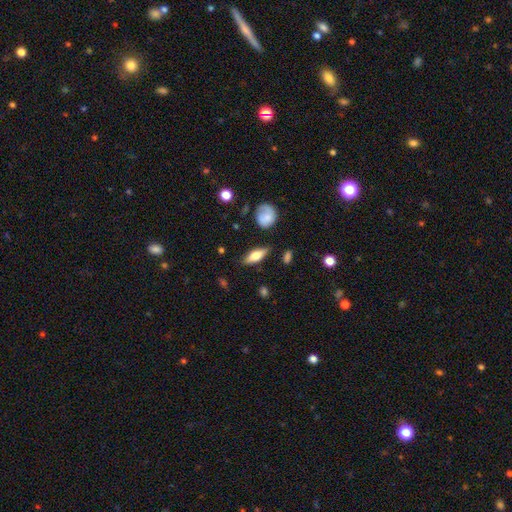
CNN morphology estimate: This is likely a smooth galaxy (62%). How rounded: likely in between (65%). Merging: clearly none (81%).